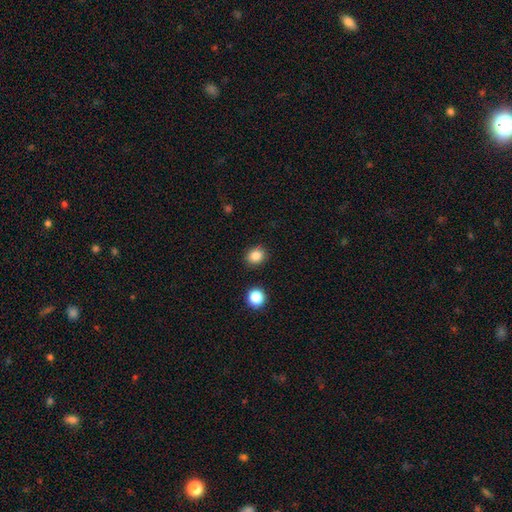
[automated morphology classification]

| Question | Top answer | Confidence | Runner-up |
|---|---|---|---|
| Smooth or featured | smooth | 85% | star or artifact (11%) |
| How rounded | round | 74% | in between (26%) |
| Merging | none | 88% | minor disturbance (7%) |